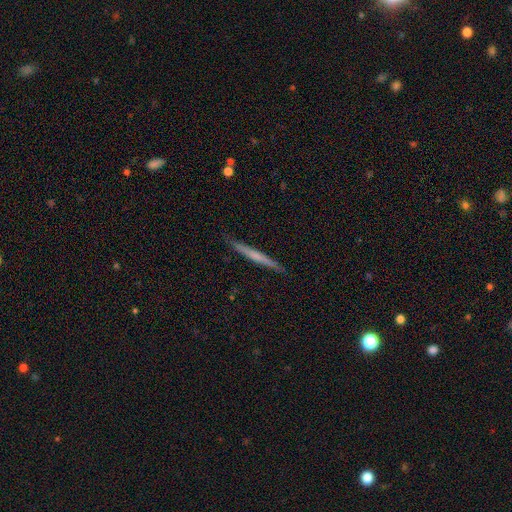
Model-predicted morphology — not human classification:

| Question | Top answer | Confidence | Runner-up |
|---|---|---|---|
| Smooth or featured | featured or disk | 50% | smooth (44%) |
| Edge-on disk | yes | 97% | no (3%) |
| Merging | none | 89% | minor disturbance (9%) |